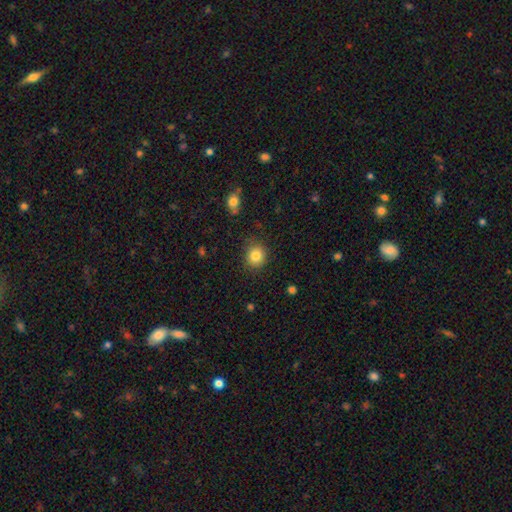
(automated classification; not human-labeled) A smooth galaxy with no disk features (84%) that is round (87%). Merging: none (86%).